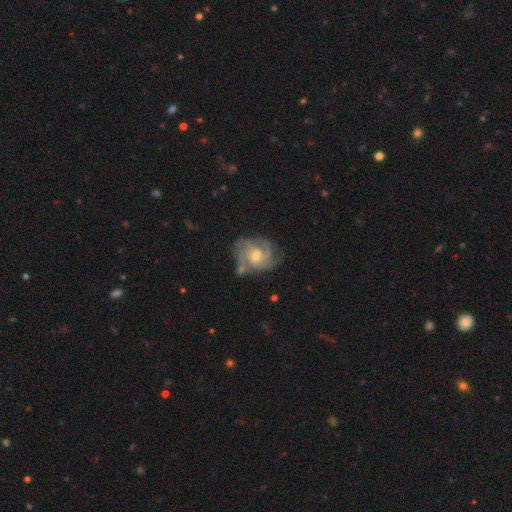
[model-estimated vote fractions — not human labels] The model was most divided on "spiral arm count": 3: 37%, 4: 28%, can't tell: 14%, 2: 10%, more than 4: 6%, 1: 5%. More confident: edge-on disk — no (98%); spiral arms — yes (97%); smooth or featured — featured or disk (89%); merging — none (64%); bar — no (60%); bulge size — moderate (56%); spiral winding — tight (53%).